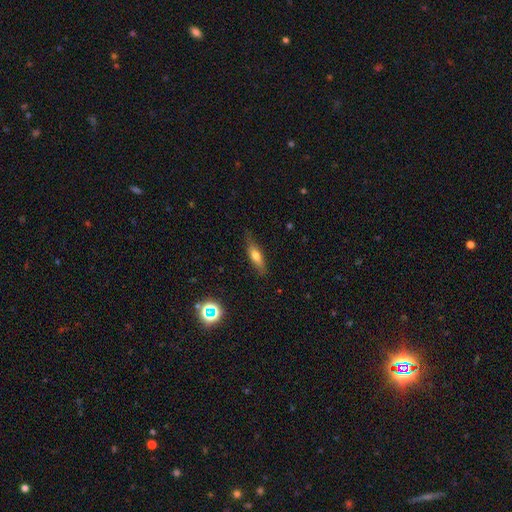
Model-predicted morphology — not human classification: Smooth or featured? Predicted: smooth (p=0.60). How rounded? Predicted: cigar-shaped (p=0.54). Merging? Predicted: none (p=0.74).